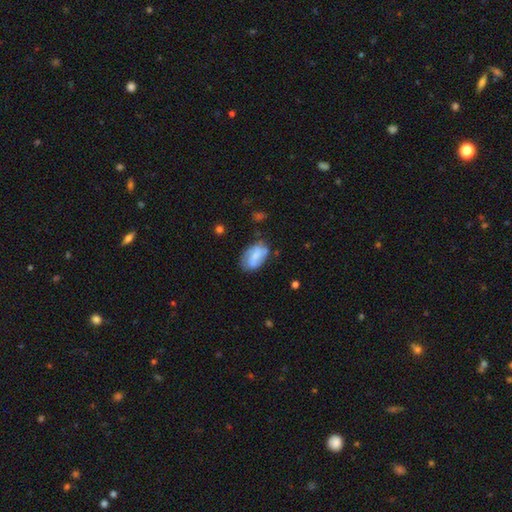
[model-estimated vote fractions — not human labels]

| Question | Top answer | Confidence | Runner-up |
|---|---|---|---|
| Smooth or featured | smooth | 53% | featured or disk (40%) |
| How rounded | in between | 90% | round (8%) |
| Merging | none | 60% | minor disturbance (26%) |